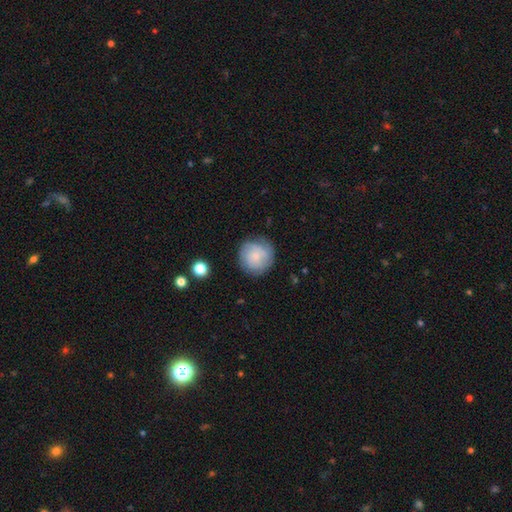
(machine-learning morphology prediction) This is possibly a smooth galaxy (55%). How rounded: clearly round (92%). Merging: likely none (76%).